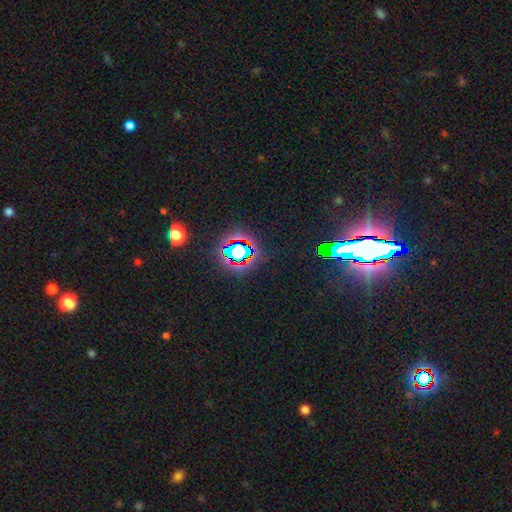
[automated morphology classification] star or artifact 83%, smooth 9%, featured or disk 8%.